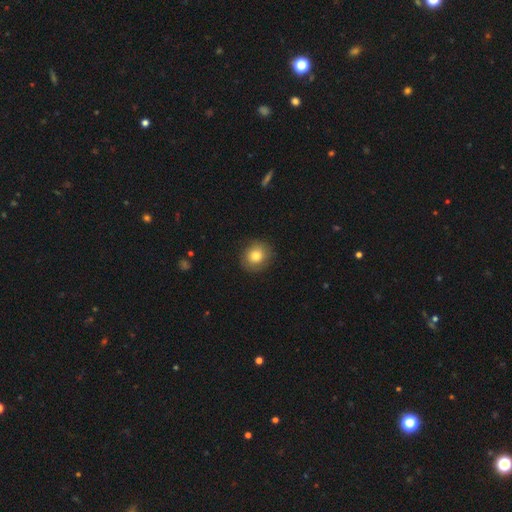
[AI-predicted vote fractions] Q: Smooth or featured?
A: smooth (78%); runner-up: featured or disk (13%)
Q: How rounded?
A: round (86%); runner-up: in between (13%)
Q: Merging?
A: none (87%); runner-up: minor disturbance (9%)